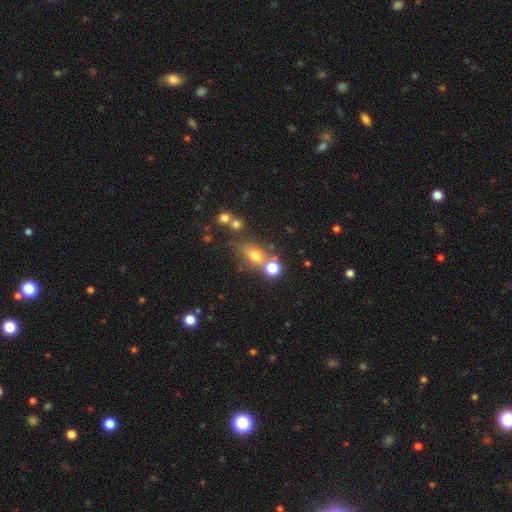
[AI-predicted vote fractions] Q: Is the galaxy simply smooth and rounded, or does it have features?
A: smooth — 65%.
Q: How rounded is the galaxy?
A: in between — 58%.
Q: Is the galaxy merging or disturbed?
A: none — 49%.